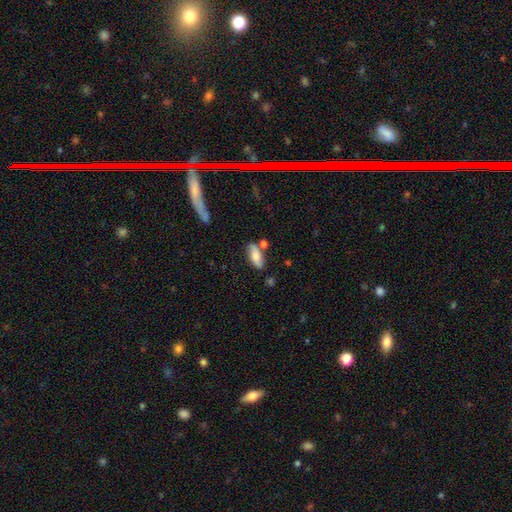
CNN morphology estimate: This appears to be a smooth galaxy with no disk features (70%) that is in between round and cigar-shaped (77%). Merging: none (66%).